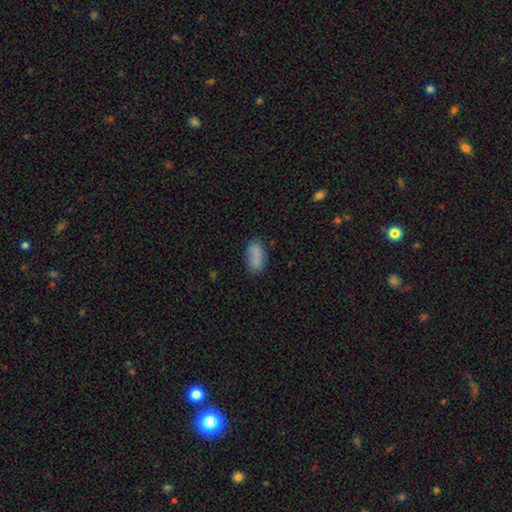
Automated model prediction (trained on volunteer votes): This appears to be a smooth galaxy with no disk features (85%) that is in between round and cigar-shaped (91%). Merging: none (78%).